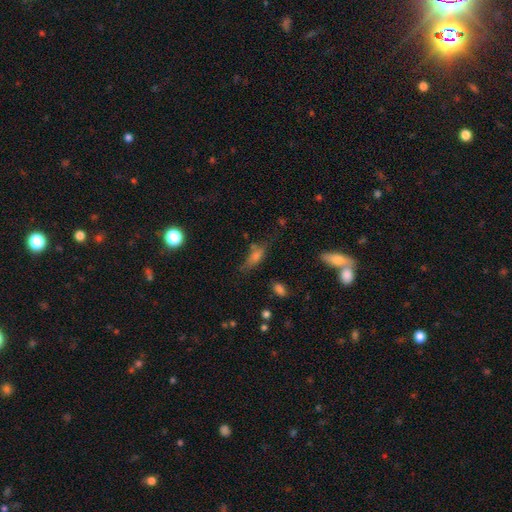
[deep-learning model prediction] Morphology: type=smooth (58%); roundness=in between (58%); merging=none (56%).